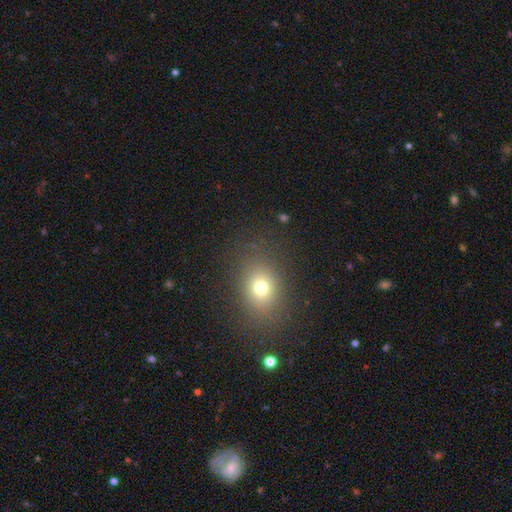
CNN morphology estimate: smooth-or-featured: smooth: 66% | star or artifact: 23% | featured or disk: 10%
  how-rounded: in between: 62% | round: 37% | cigar-shaped: 2%
  merging: none: 87% | minor disturbance: 8% | major disturbance: 3% | merger: 2%